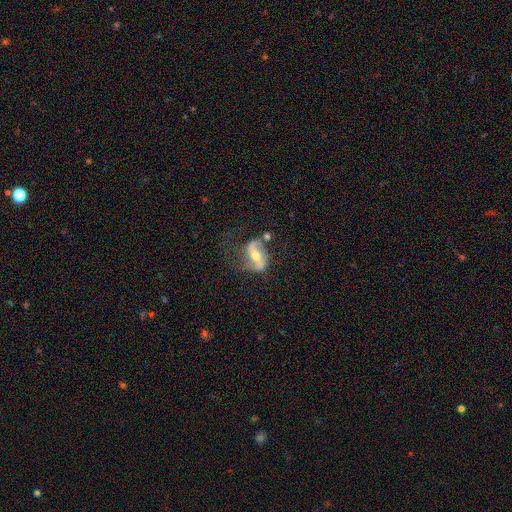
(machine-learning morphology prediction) The model was most divided on "bar": strong: 49%, weak: 30%, no: 20%. More confident: edge-on disk — no (94%); spiral arm count — 2 (86%); spiral arms — yes (85%); smooth or featured — featured or disk (78%); bulge size — moderate (69%); spiral winding — loose (60%); merging — none (52%).